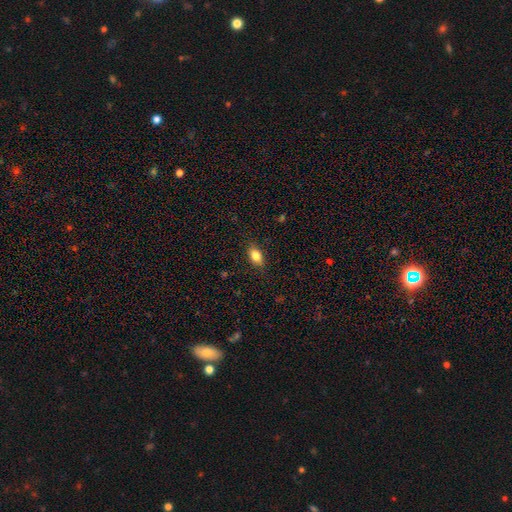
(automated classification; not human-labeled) Smooth or featured? smooth (83%)
How rounded? in between (86%)
Merging? none (85%)